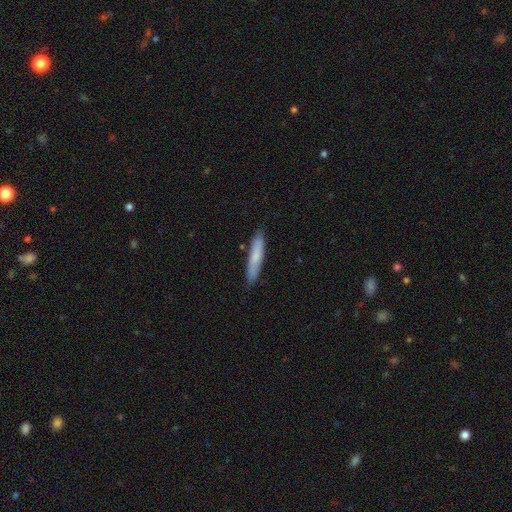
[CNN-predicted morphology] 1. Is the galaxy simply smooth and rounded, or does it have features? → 72% smooth, 22% featured or disk, 6% star or artifact.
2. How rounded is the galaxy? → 91% cigar-shaped, 8% in between, 1% round.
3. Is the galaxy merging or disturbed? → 87% none, 10% minor disturbance, 2% major disturbance, 1% merger.